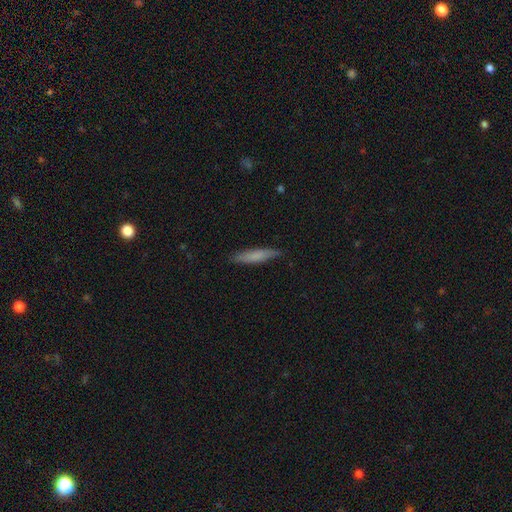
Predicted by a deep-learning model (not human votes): Morphology: type=smooth (71%); roundness=cigar-shaped (88%); merging=none (84%).